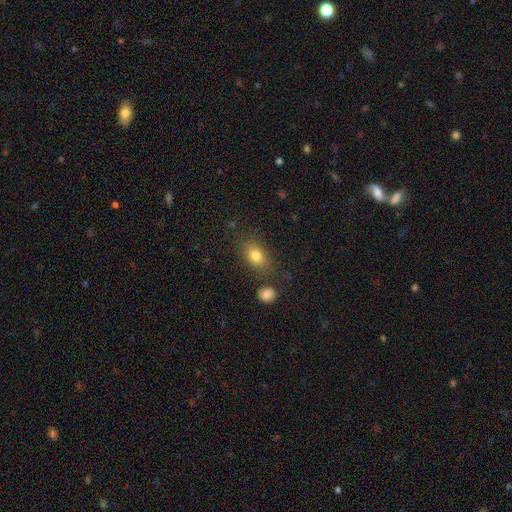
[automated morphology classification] Smooth or featured? smooth (80%)
How rounded? in between (80%)
Merging? none (75%)